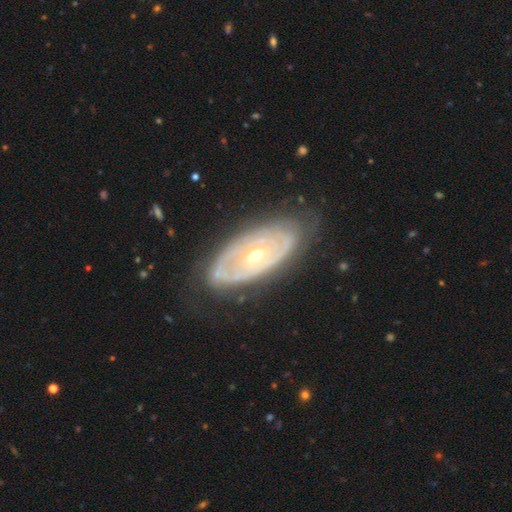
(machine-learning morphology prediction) Overall: featured or disk (81%). Edge-on disk: no (90%). Bar: no (65%; weak 25%). Spiral arms: yes (69%; no 31%). Spiral arm count: can't tell (48%; 2 33%). Spiral winding: tight (73%). Bulge size: small (51%; moderate 46%). Merging: none (75%).